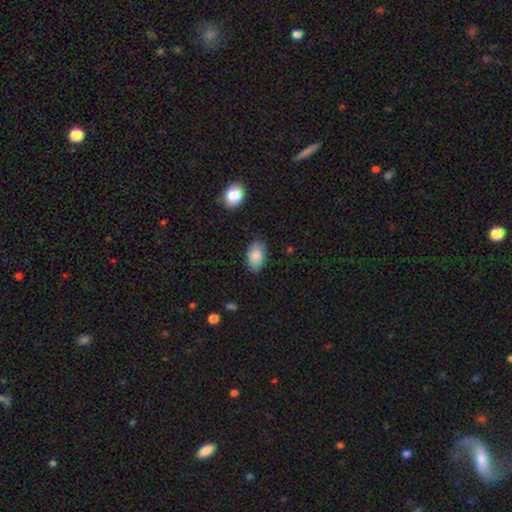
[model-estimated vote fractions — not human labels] smooth_or_featured: smooth (p=0.87) [alt: star or artifact p=0.07]
how_rounded: in between (p=0.93) [alt: round p=0.06]
merging: none (p=0.83) [alt: minor disturbance p=0.13]